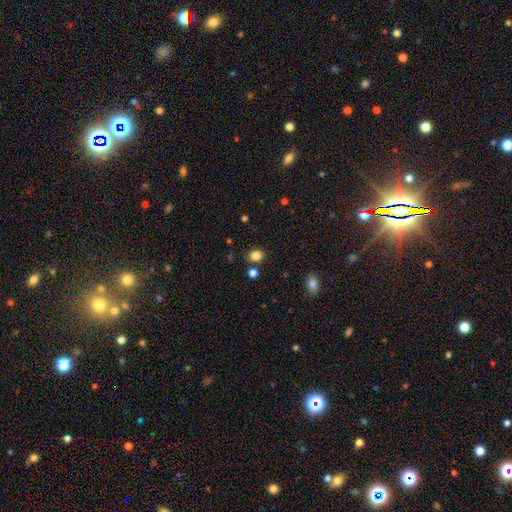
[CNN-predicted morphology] smooth 84%, star or artifact 12%, featured or disk 4%. Down the decision tree: how rounded — round (51%); merging — none (81%).